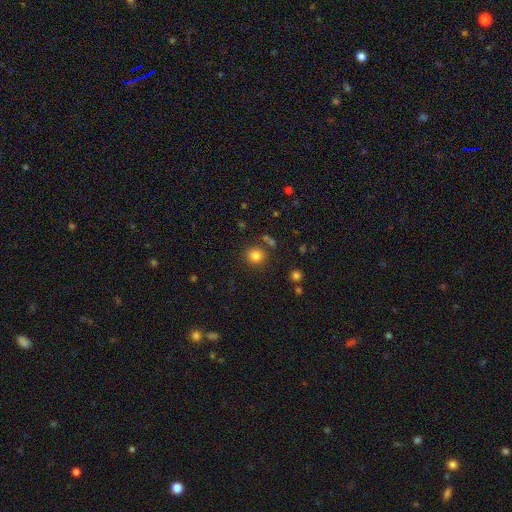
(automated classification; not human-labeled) Smooth or featured: smooth — 82% (star or artifact — 12%)
How rounded: round — 90% (in between — 9%)
Merging: none — 83% (minor disturbance — 8%)